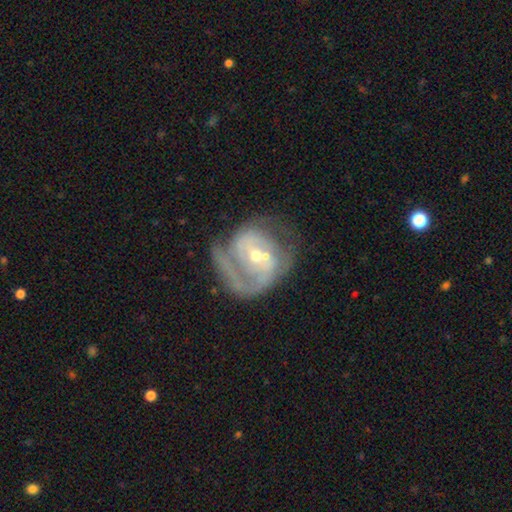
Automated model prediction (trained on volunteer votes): A featured or disk galaxy (80%) with no bar (60%), 2 (36%) tight (45%) spiral arms (84%) and a small central bulge (54%).

Vote fractions:
- Smooth or featured? featured or disk: 80% / smooth: 14% / star or artifact: 6%
- Edge-on disk? no: 98% / yes: 2%
- Bar? no: 60% / weak: 32% / strong: 8%
- Spiral arms? yes: 84% / no: 16%
- Spiral winding? tight: 45% / medium: 37% / loose: 19%
- Spiral arm count? 2: 36% / 1: 27% / can't tell: 24% / 3: 8% / 4: 3% / more than 4: 2%
- Bulge size? small: 54% / moderate: 41% / large: 2% / none: 2% / dominant: 1%
- Merging? none: 35% / major disturbance: 25% / merger: 23% / minor disturbance: 17%